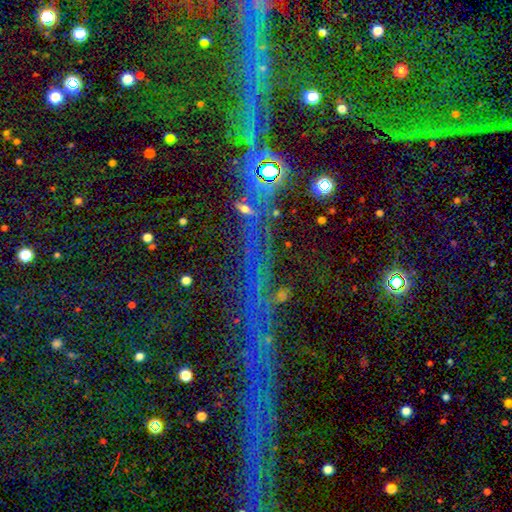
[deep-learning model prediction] Smooth or featured?
  - star or artifact: 80% *
  - featured or disk: 11%
  - smooth: 9%